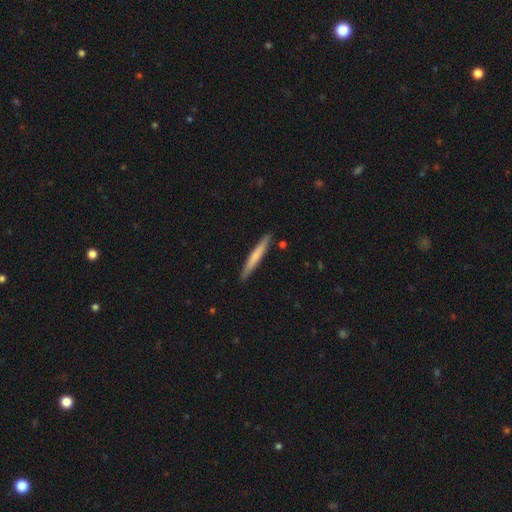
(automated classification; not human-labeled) Q: Smooth or featured?
A: smooth (64%); runner-up: featured or disk (31%)
Q: How rounded?
A: cigar-shaped (96%); runner-up: in between (3%)
Q: Merging?
A: none (90%); runner-up: minor disturbance (7%)